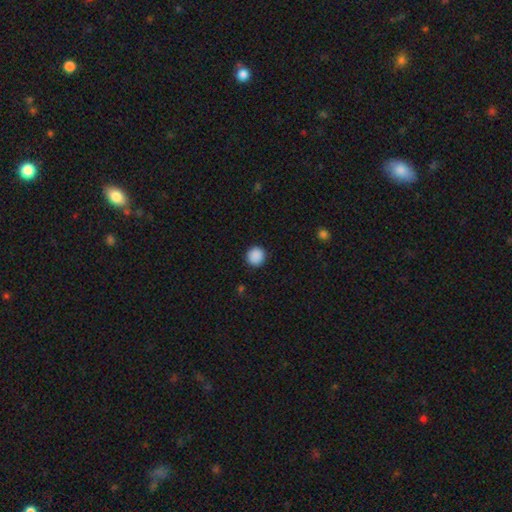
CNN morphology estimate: Smooth or featured? smooth (89%)
How rounded? round (94%)
Merging? none (92%)